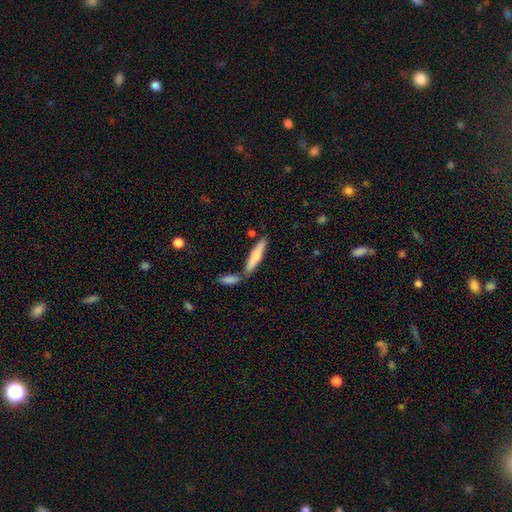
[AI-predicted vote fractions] The model was most divided on "smooth or featured": smooth: 61%, featured or disk: 34%, star or artifact: 5%. More confident: how rounded — cigar-shaped (83%); merging — none (69%).